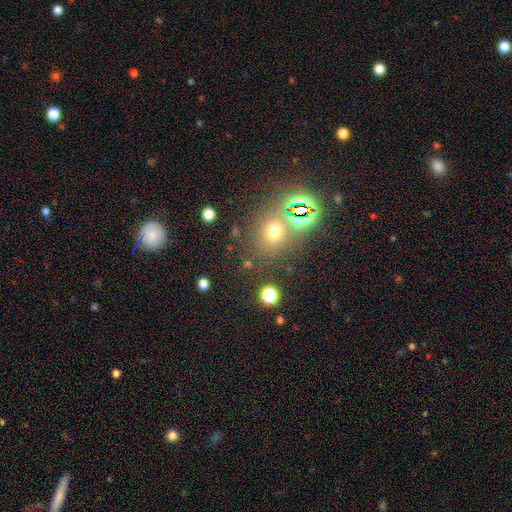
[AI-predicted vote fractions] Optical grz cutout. It shows a star or artifact, not a galaxy (44%).